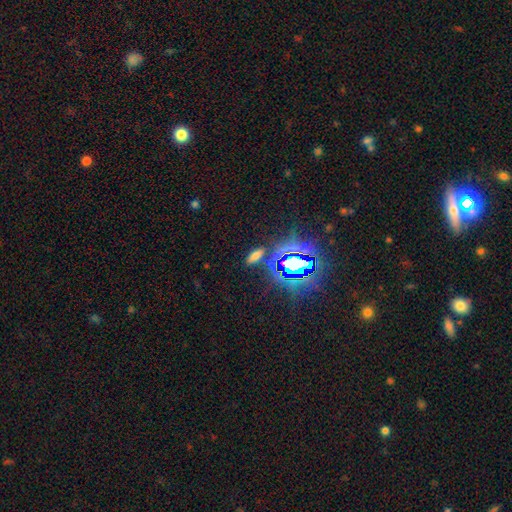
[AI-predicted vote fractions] The model was most divided on "smooth or featured": smooth: 53%, star or artifact: 36%, featured or disk: 11%. More confident: merging — none (84%); how rounded — in between (68%).